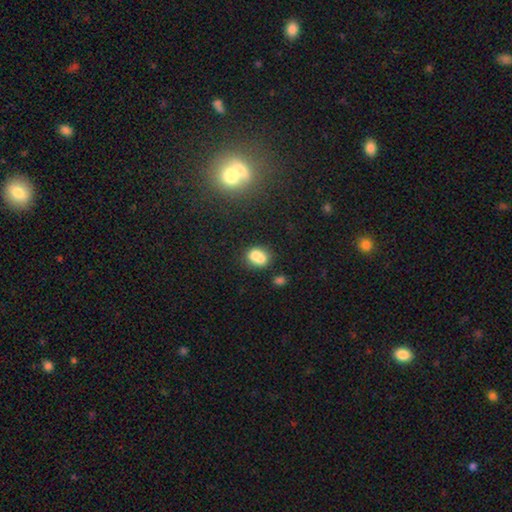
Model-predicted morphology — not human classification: This appears to be a smooth galaxy with no disk features (76%) that is in between round and cigar-shaped (56%). Merging: none (42%).